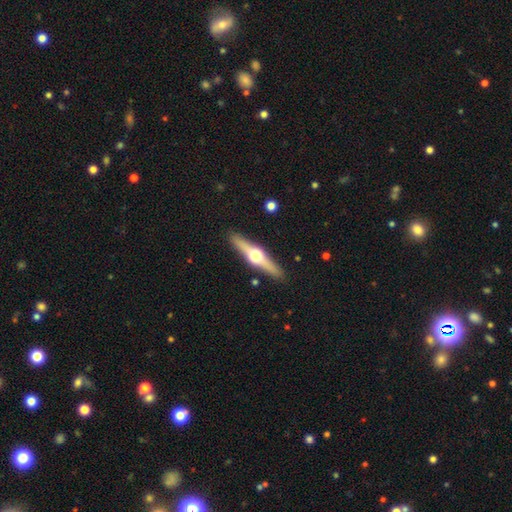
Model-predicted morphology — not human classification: A featured or disk galaxy (75%) viewed edge-on (97%) with a rounded central bulge (97%).

Vote fractions:
- Smooth or featured? featured or disk: 75% / smooth: 20% / star or artifact: 5%
- Edge-on disk? yes: 97% / no: 3%
- Edge-on bulge? rounded: 97% / boxy: 2% / none: 1%
- Merging? none: 91% / minor disturbance: 7% / major disturbance: 1% / merger: 1%